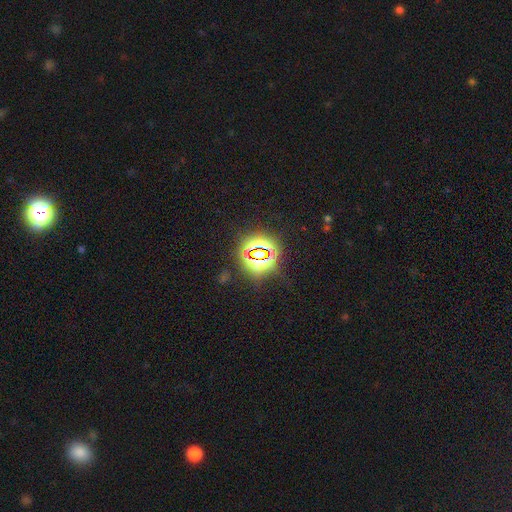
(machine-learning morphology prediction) Smooth or featured? star or artifact (77%)